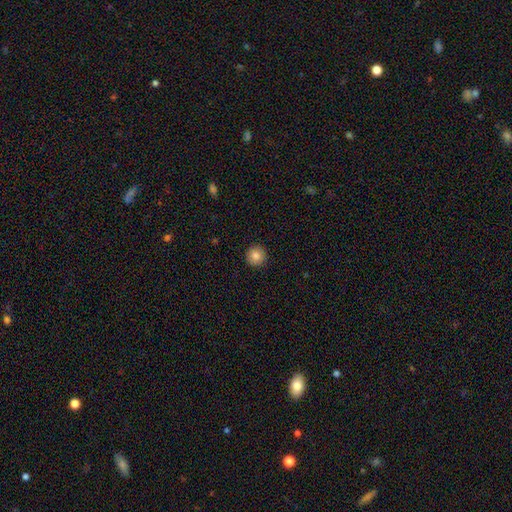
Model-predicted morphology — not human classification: The model was most divided on "smooth or featured": smooth: 84%, star or artifact: 9%, featured or disk: 7%. More confident: how rounded — round (96%); merging — none (93%).